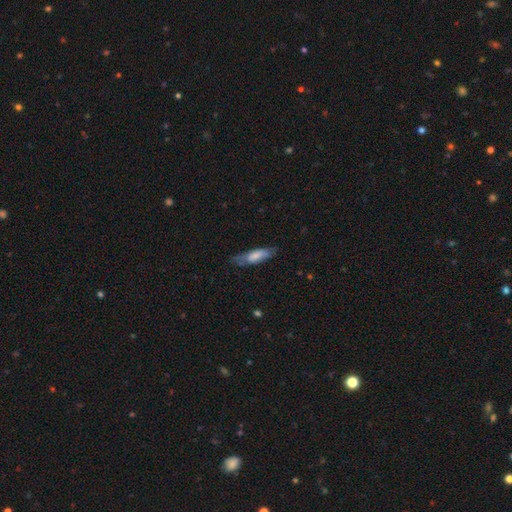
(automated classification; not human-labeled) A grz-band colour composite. It shows a smooth galaxy with no disk features (66%) that is in between round and cigar-shaped (50%). Merging: none (58%).